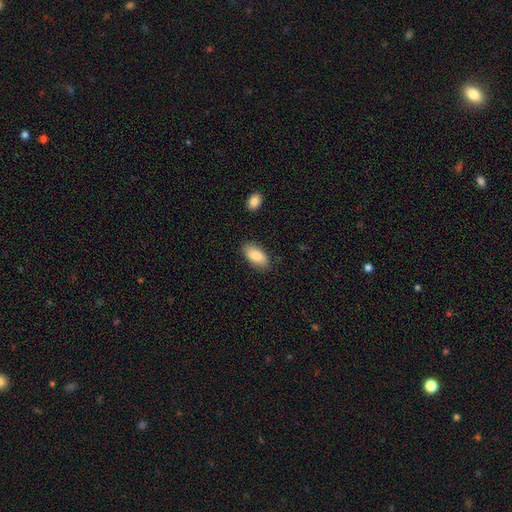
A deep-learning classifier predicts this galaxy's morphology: Smooth or featured?
  - smooth: 85% *
  - featured or disk: 9%
  - star or artifact: 6%
How rounded?
  - in between: 92% *
  - cigar-shaped: 5%
  - round: 2%
Merging?
  - none: 84% *
  - minor disturbance: 12%
  - major disturbance: 3%
  - merger: 2%